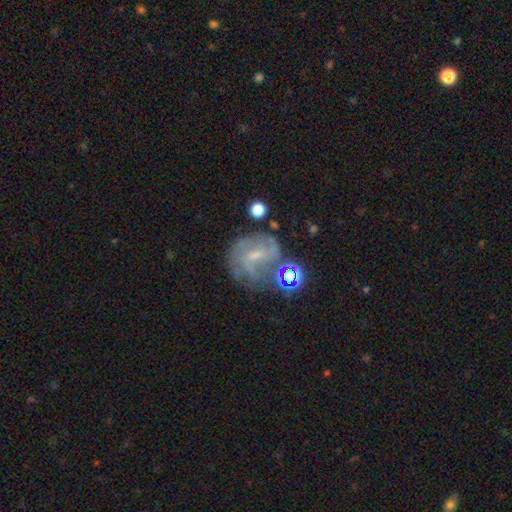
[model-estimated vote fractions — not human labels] smooth-or-featured: featured or disk: 66% | smooth: 19% | star or artifact: 15%
  disk-edge-on: no: 97% | yes: 3%
    bar: weak: 51% | no: 30% | strong: 18%
    has-spiral-arms: yes: 76% | no: 24%
    bulge-size: small: 63% | moderate: 20% | none: 14% | large: 1% | dominant: 1%
  merging: none: 50% | minor disturbance: 20% | major disturbance: 20% | merger: 9%